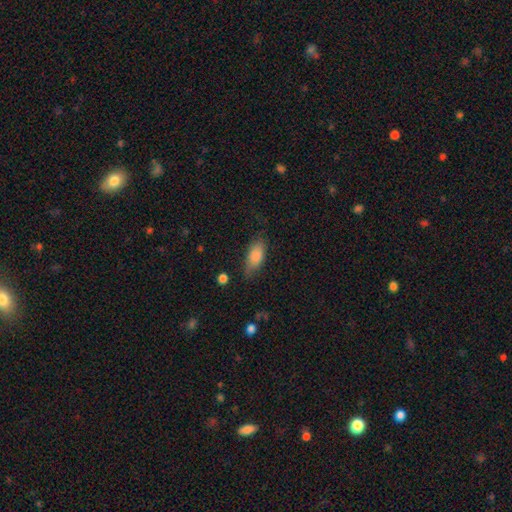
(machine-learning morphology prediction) This appears to be a smooth galaxy with no disk features (84%) that is in between round and cigar-shaped (85%). Merging: none (68%).